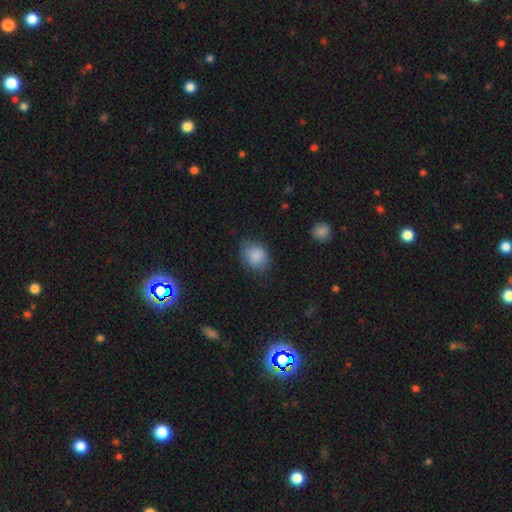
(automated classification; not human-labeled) This is clearly a smooth galaxy (87%). How rounded: possibly round (53%). Merging: likely none (71%).